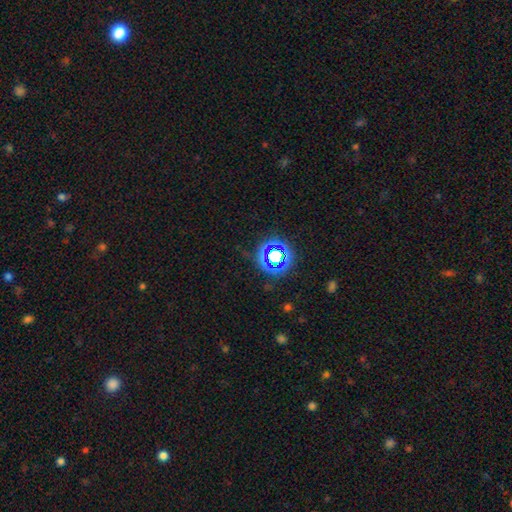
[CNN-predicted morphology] type=star or artifact (68%).